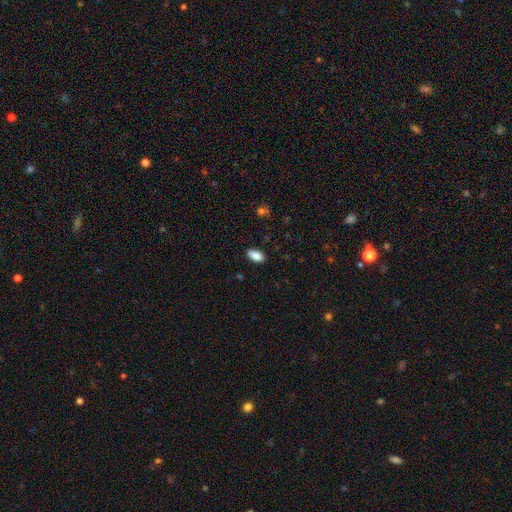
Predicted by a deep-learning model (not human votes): The model was most divided on "merging": none: 88%, minor disturbance: 9%, major disturbance: 2%, merger: 1%. More confident: how rounded — in between (91%); smooth or featured — smooth (88%).